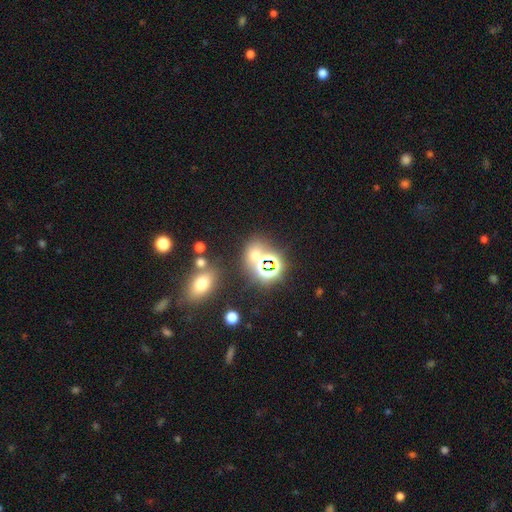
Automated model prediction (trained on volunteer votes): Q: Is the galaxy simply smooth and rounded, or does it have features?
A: star or artifact — 48%.